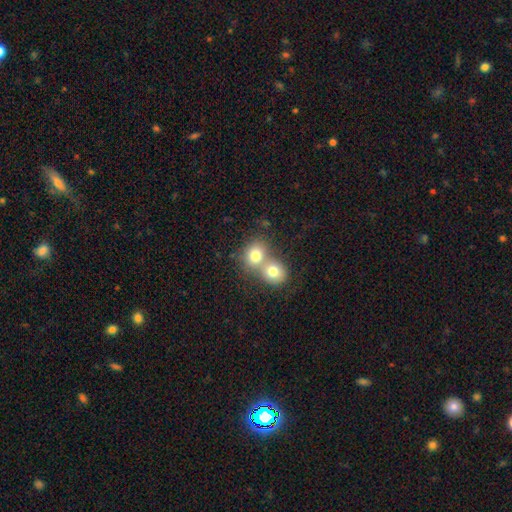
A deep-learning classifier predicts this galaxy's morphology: A smooth galaxy with no disk features (77%) that is round (69%). Merging: merger (62%).